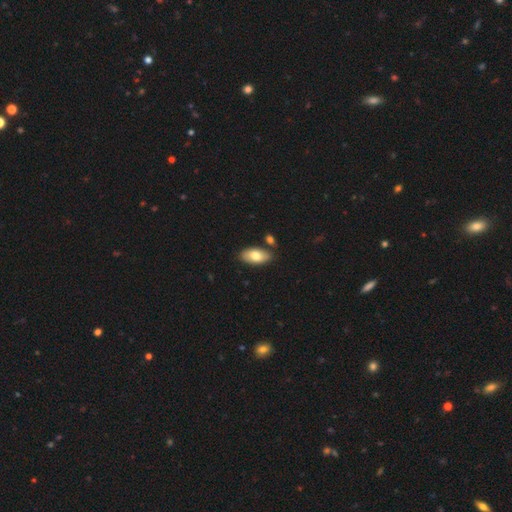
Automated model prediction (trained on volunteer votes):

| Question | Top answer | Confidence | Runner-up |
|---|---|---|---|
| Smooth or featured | smooth | 78% | featured or disk (16%) |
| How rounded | in between | 93% | cigar-shaped (4%) |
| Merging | none | 78% | minor disturbance (12%) |